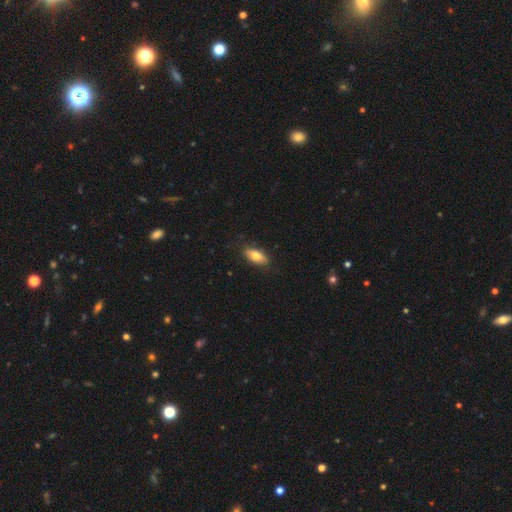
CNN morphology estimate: This appears to be a smooth galaxy with no disk features (75%) that is in between round and cigar-shaped (85%). Merging: none (83%).